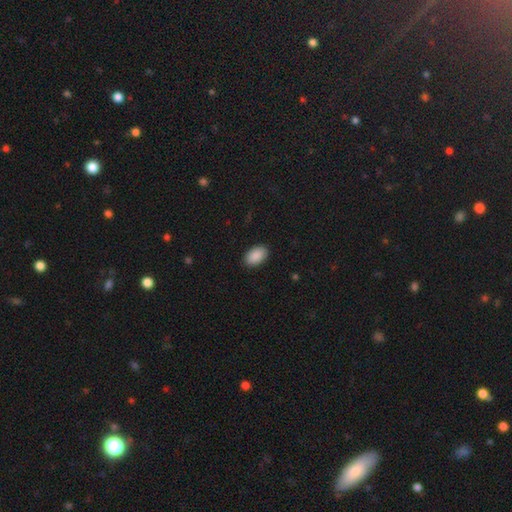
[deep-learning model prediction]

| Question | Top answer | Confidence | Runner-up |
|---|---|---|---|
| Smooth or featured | smooth | 90% | star or artifact (7%) |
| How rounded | in between | 92% | round (6%) |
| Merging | none | 90% | minor disturbance (7%) |